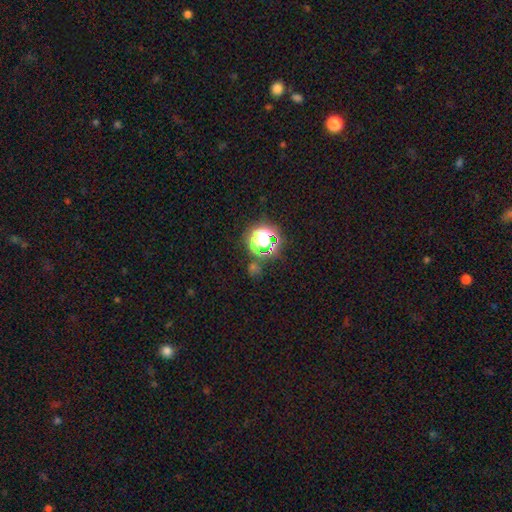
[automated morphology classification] A star or artifact, not a galaxy (76%).